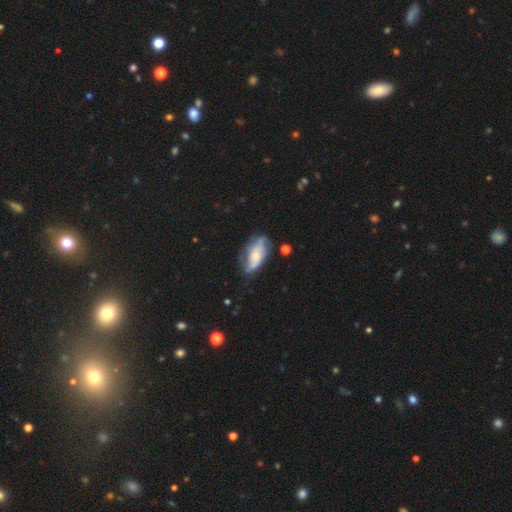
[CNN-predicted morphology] A featured or disk galaxy (63%) with no bar (70%), spiral arms (83%) and a small central bulge (55%).

Vote fractions:
- Smooth or featured? featured or disk: 63% / smooth: 30% / star or artifact: 7%
- Edge-on disk? no: 92% / yes: 8%
- Bar? no: 70% / weak: 23% / strong: 7%
- Spiral arms? yes: 83% / no: 17%
- Bulge size? small: 55% / moderate: 35% / large: 4% / none: 4% / dominant: 1%
- Merging? none: 57% / minor disturbance: 26% / major disturbance: 13% / merger: 4%